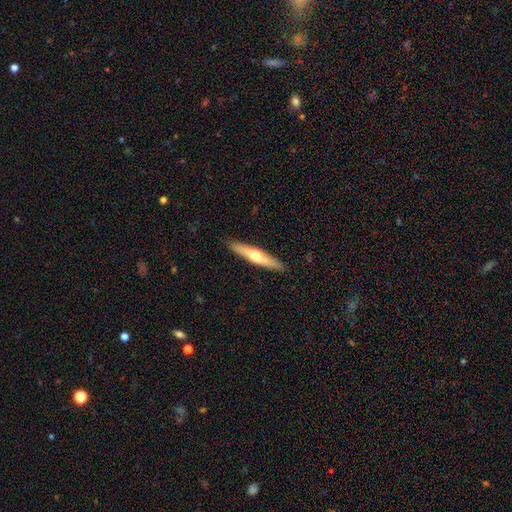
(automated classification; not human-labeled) Overall: featured or disk (53%; smooth 42%). Edge-on disk: yes (93%). Merging: none (91%).